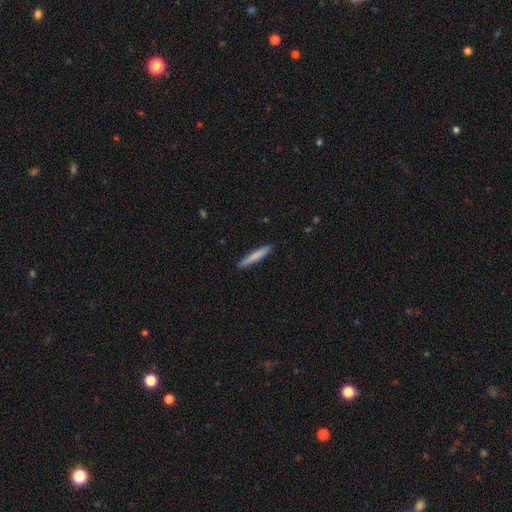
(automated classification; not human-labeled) A smooth galaxy with no disk features (75%) that is cigar-shaped (94%). Merging: none (90%).